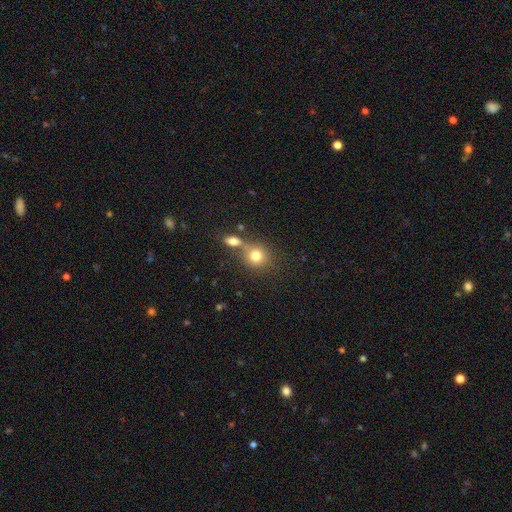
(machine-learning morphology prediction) Q: Smooth or featured?
A: smooth (78%); runner-up: star or artifact (11%)
Q: How rounded?
A: round (82%); runner-up: in between (17%)
Q: Merging?
A: none (51%); runner-up: merger (35%)